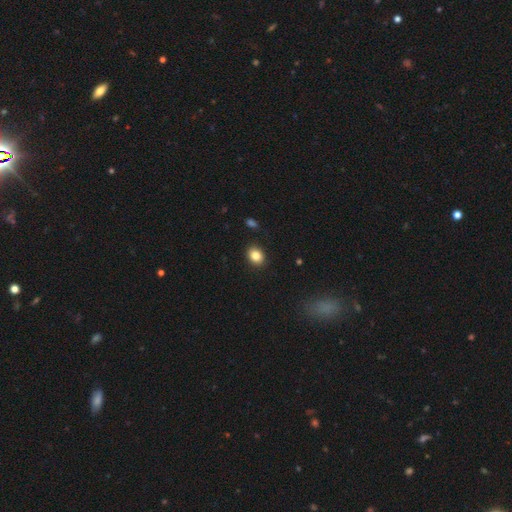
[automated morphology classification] Smooth or featured? smooth (84%)
How rounded? round (51%)
Merging? none (89%)